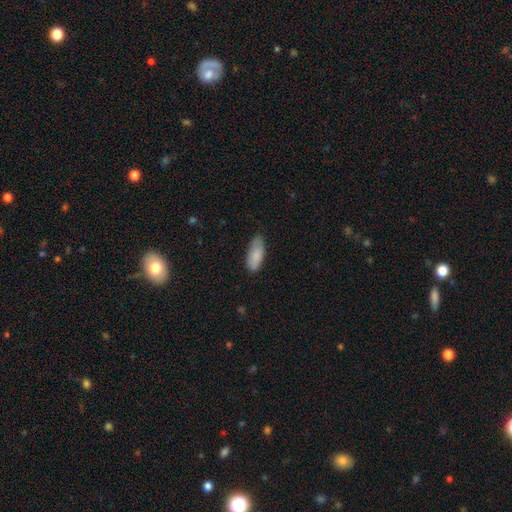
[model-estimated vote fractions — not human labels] Morphology: type=smooth (86%); roundness=in between (80%); merging=none (78%).